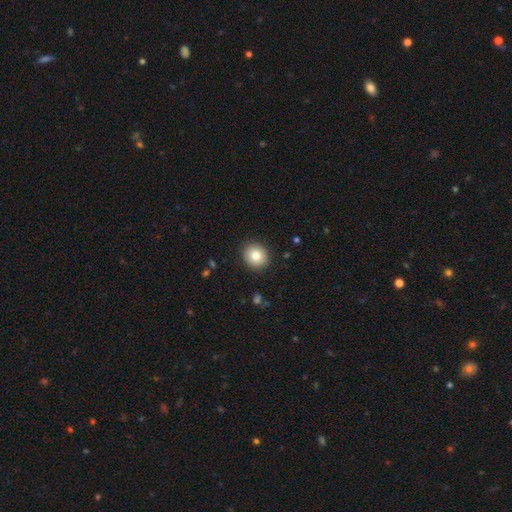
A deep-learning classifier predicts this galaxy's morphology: Overall: smooth (81%). How rounded: round (80%). Merging: none (90%).